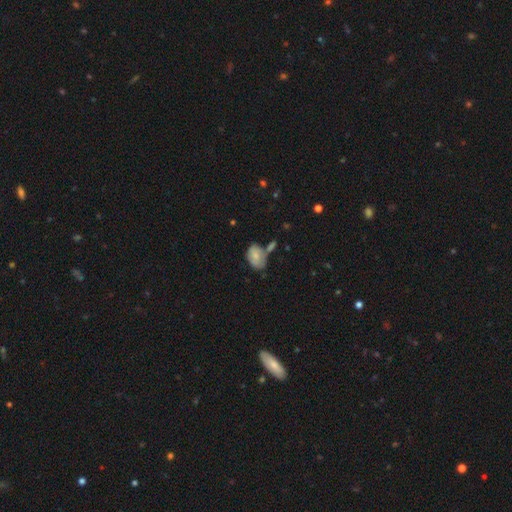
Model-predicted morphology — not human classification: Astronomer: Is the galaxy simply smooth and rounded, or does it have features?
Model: smooth — 72%.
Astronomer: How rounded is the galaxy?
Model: in between — 83%.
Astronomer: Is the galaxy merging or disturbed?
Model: none — 44% (runner-up: minor disturbance, 26%).